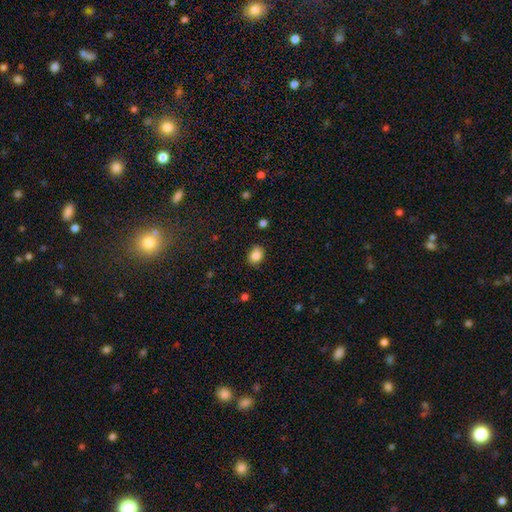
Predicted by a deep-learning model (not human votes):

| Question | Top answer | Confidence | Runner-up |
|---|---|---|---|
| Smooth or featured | smooth | 85% | star or artifact (9%) |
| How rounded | in between | 54% | round (45%) |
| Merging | none | 83% | minor disturbance (13%) |